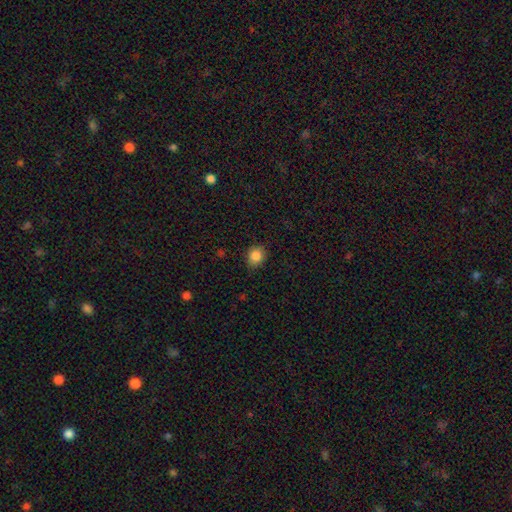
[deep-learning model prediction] Smooth or featured?
  - smooth: 86% *
  - star or artifact: 10%
  - featured or disk: 4%
How rounded?
  - round: 76% *
  - in between: 23%
  - cigar-shaped: 1%
Merging?
  - none: 85% *
  - minor disturbance: 12%
  - major disturbance: 2%
  - merger: 1%